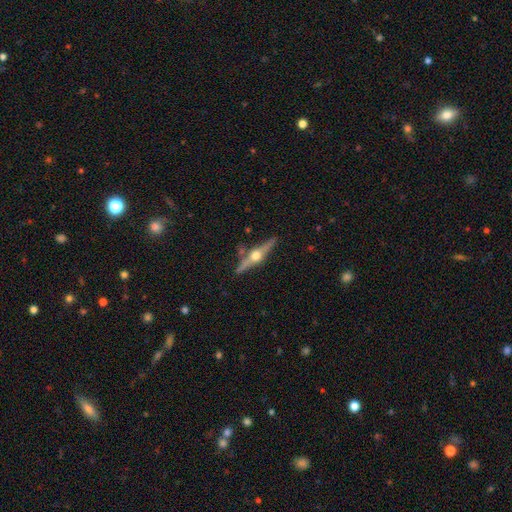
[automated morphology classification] A featured or disk galaxy (80%) viewed edge-on (97%) with a rounded central bulge (96%).

Vote fractions:
- Smooth or featured? featured or disk: 80% / smooth: 15% / star or artifact: 6%
- Edge-on disk? yes: 97% / no: 3%
- Edge-on bulge? rounded: 96% / boxy: 2% / none: 2%
- Merging? none: 84% / minor disturbance: 9% / merger: 4% / major disturbance: 2%